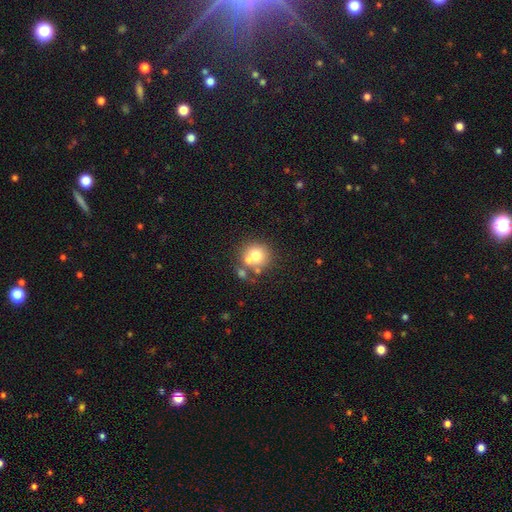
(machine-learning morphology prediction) This appears to be a smooth galaxy with no disk features (69%) that is round (87%). Merging: none (54%).